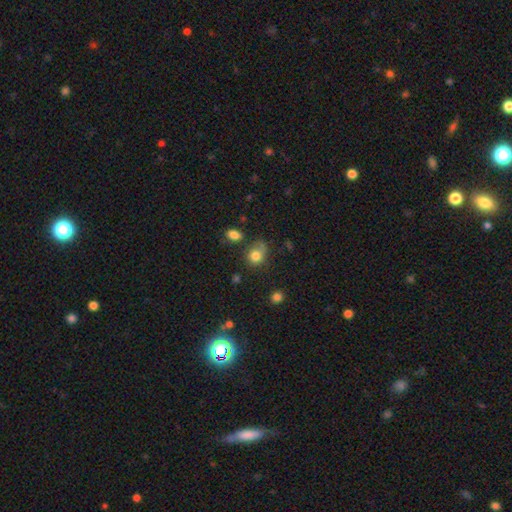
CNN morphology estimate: type=smooth (79%); roundness=round (62%); merging=none (47%).